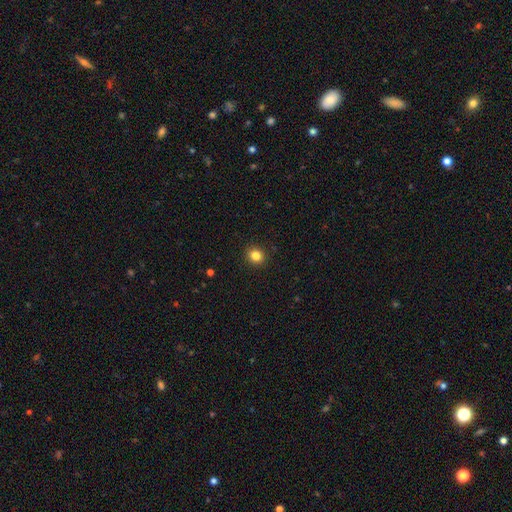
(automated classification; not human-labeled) This is clearly a smooth galaxy (84%). How rounded: clearly round (83%). Merging: clearly none (92%).